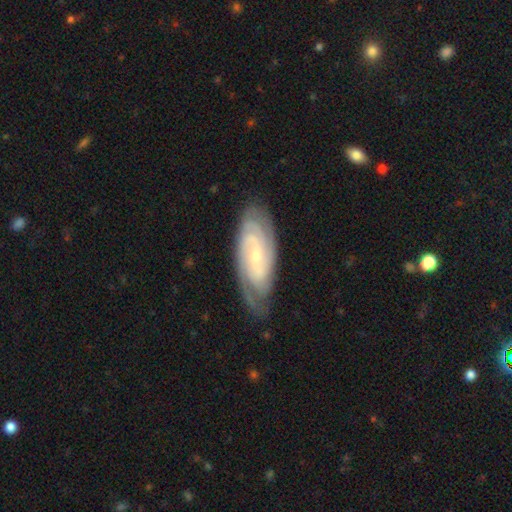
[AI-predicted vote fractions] Smooth or featured: featured or disk — 86% (smooth — 9%)
Edge-on disk: no — 93% (yes — 7%)
Bar: weak — 42% (tied with no — 42%)
Spiral arms: yes — 97% (no — 3%)
Spiral winding: tight — 66% (medium — 29%)
Spiral arm count: 2 — 39% (3 — 23%)
Bulge size: small — 72% (moderate — 24%)
Merging: none — 77% (minor disturbance — 18%)